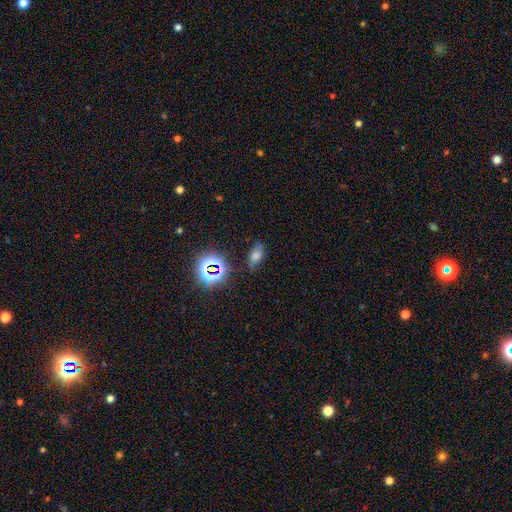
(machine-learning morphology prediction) smooth-or-featured: smooth: 53% | star or artifact: 30% | featured or disk: 17%
  how-rounded: in between: 79% | round: 12% | cigar-shaped: 9%
  merging: none: 80% | minor disturbance: 14% | major disturbance: 4% | merger: 2%